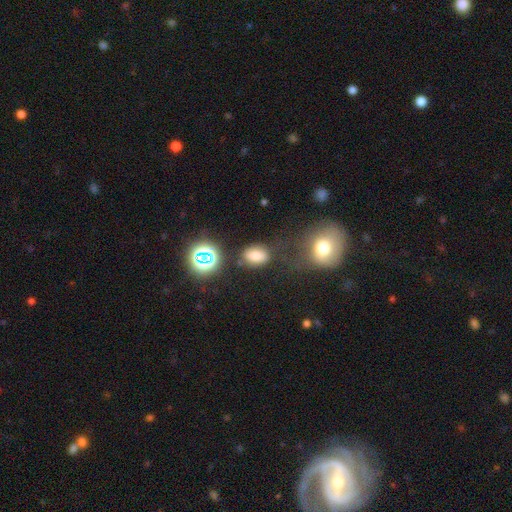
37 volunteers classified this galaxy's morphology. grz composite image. It shows a smooth galaxy with no disk features (84%) that is in between round and cigar-shaped (74%). Merging: none (74%).